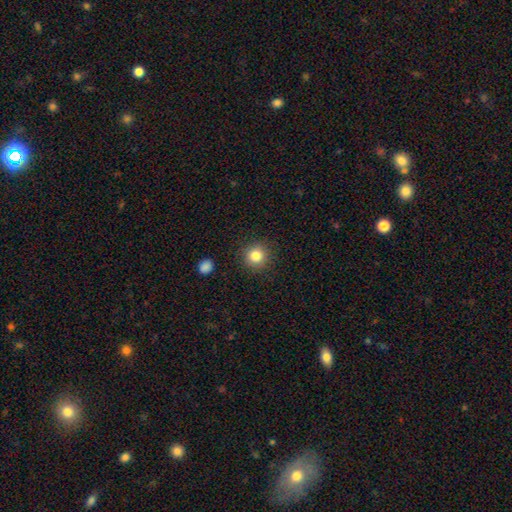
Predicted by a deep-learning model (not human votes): This is clearly a smooth galaxy (83%). How rounded: clearly round (93%). Merging: clearly none (90%).